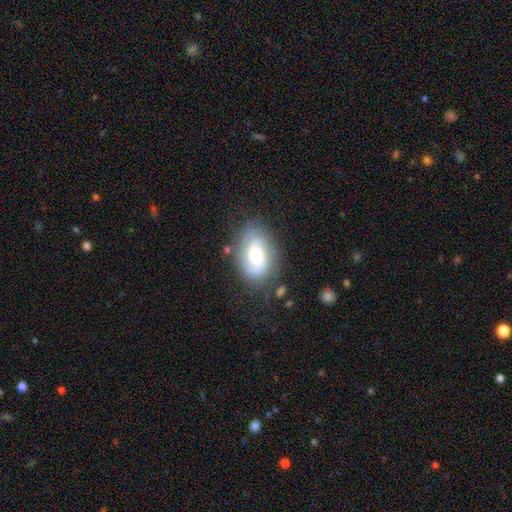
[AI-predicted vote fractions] Overall: featured or disk (49%; smooth 42%). Merging: none (67%).